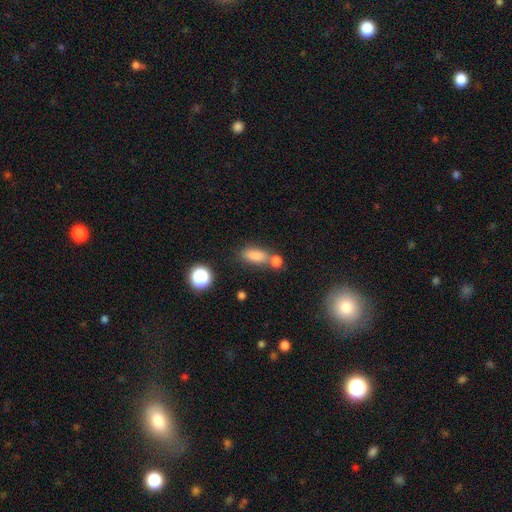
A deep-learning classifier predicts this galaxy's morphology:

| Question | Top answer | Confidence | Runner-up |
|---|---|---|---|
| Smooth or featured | smooth | 82% | star or artifact (11%) |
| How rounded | in between | 75% | cigar-shaped (17%) |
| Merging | none | 54% | merger (29%) |